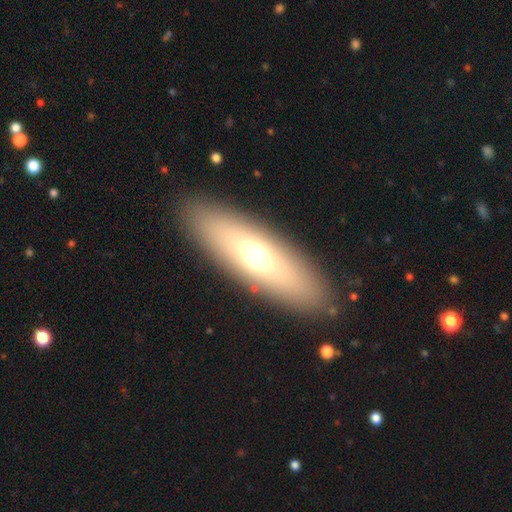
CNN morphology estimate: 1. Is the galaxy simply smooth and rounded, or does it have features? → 60% smooth, 31% featured or disk, 9% star or artifact.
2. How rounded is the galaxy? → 54% in between, 43% cigar-shaped, 3% round.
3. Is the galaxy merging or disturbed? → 88% none, 7% minor disturbance, 3% major disturbance, 1% merger.